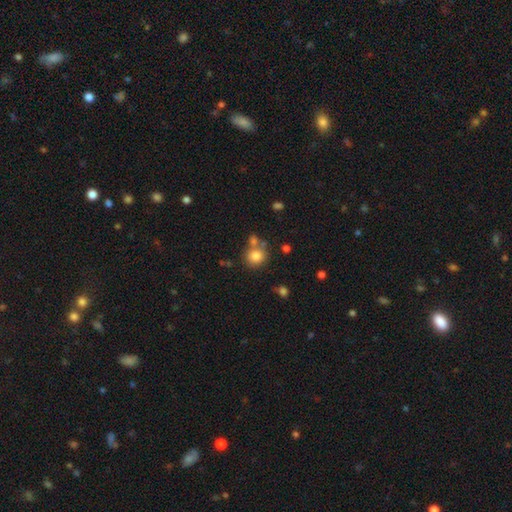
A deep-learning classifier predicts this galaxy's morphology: The model was most divided on "merging": none: 63%, merger: 23%, minor disturbance: 10%, major disturbance: 4%. More confident: how rounded — round (85%); smooth or featured — smooth (81%).